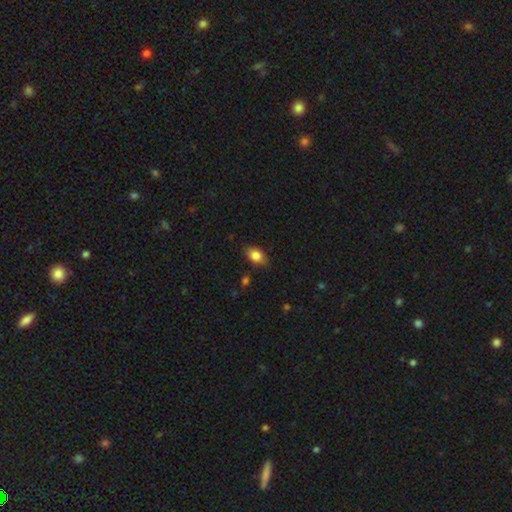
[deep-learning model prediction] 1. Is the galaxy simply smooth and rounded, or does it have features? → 81% smooth, 11% featured or disk, 8% star or artifact.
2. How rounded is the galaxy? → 84% in between, 13% round, 3% cigar-shaped.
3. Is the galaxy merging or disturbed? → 81% none, 15% minor disturbance, 3% major disturbance, 1% merger.